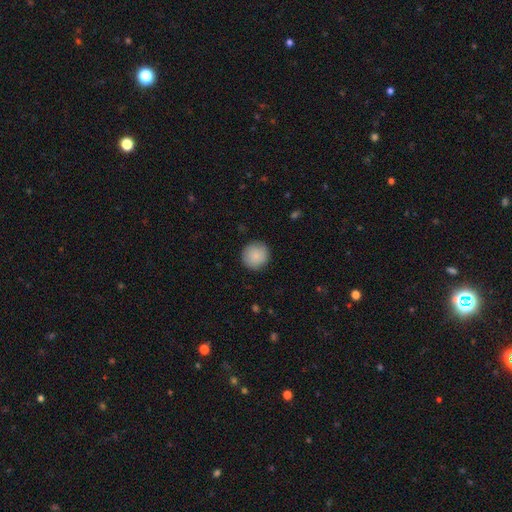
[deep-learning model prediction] Smooth or featured? Predicted: smooth (p=0.86). How rounded? Predicted: round (p=0.95). Merging? Predicted: none (p=0.89).